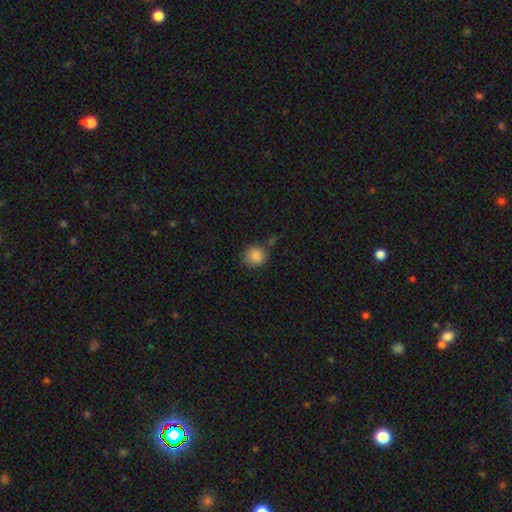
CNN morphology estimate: smooth_or_featured: smooth (p=0.87) [alt: star or artifact p=0.09]
how_rounded: round (p=0.87) [alt: in between p=0.12]
merging: none (p=0.75) [alt: minor disturbance p=0.15]